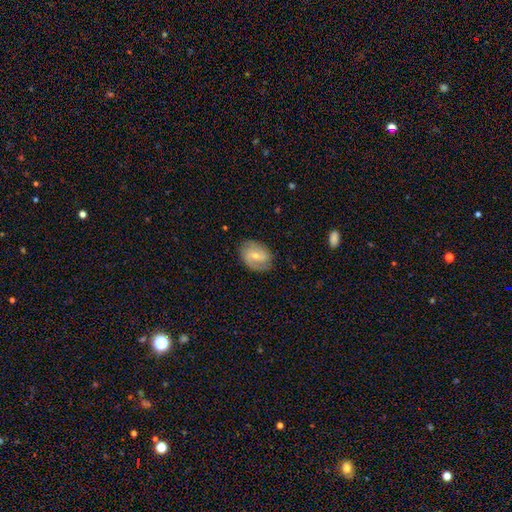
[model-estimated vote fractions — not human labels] This is likely a featured or disk galaxy (63%). It is clearly not viewed edge-on (97%). Bar: possibly weak (49%). Spiral arm pattern: clearly yes (86%). Spiral arm count: likely 2 (77%). Spiral winding: marginally medium (44%). Central bulge: possibly moderate (48%). Merging: likely none (79%).